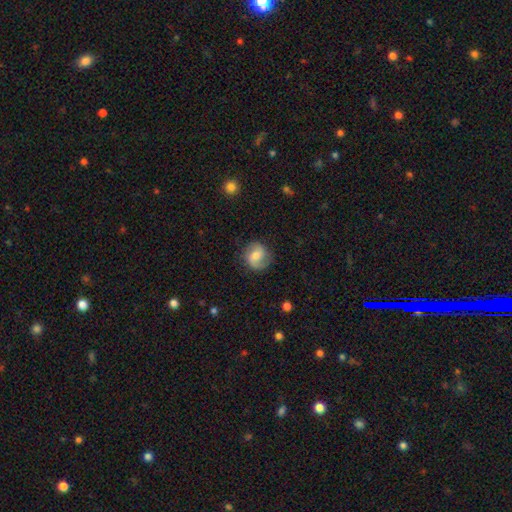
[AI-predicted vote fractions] featured or disk 56%, smooth 37%, star or artifact 8%. Down the decision tree: edge-on disk — no (97%); bar — weak (47%); spiral arms — yes (89%); bulge size — moderate (58%); merging — none (79%).